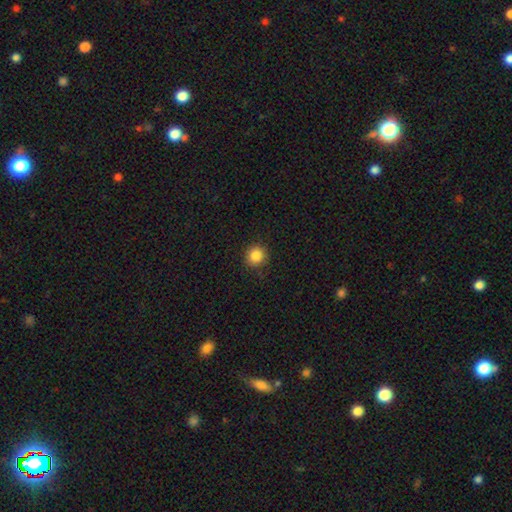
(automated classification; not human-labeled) A smooth galaxy with no disk features (86%) that is round (91%).

Vote fractions:
- Smooth or featured? smooth: 86% / star or artifact: 10% / featured or disk: 4%
- How rounded? round: 91% / in between: 8% / cigar-shaped: 1%
- Merging? none: 89% / minor disturbance: 8% / major disturbance: 2% / merger: 1%